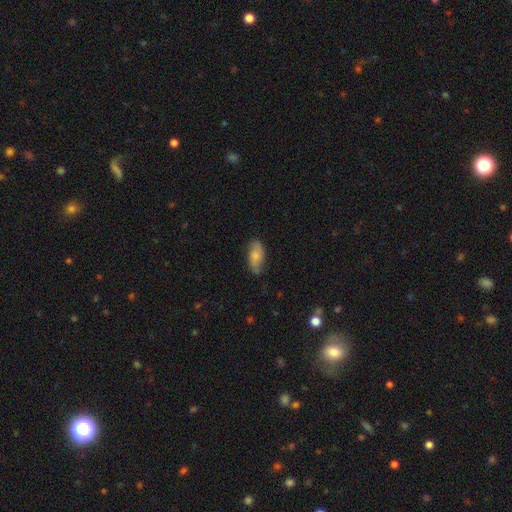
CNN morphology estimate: This is likely a smooth galaxy (70%). How rounded: clearly in between (87%). Merging: likely none (75%).